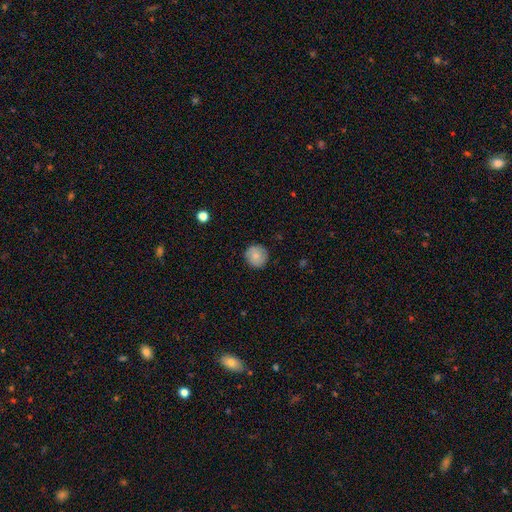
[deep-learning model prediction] smooth_or_featured: smooth (p=0.77) [alt: featured or disk p=0.15]
how_rounded: round (p=0.94) [alt: in between p=0.05]
merging: none (p=0.87) [alt: minor disturbance p=0.09]